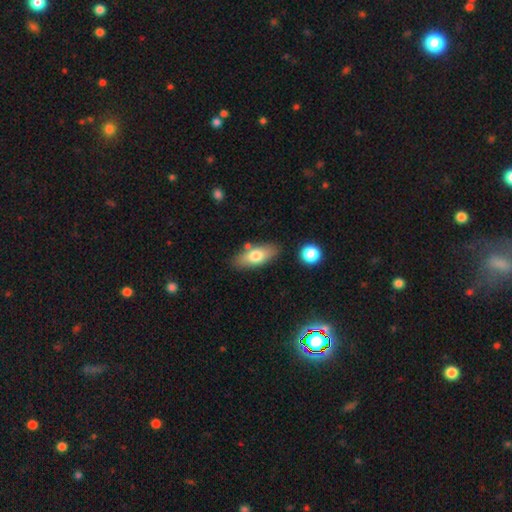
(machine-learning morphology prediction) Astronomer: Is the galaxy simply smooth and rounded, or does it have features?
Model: smooth — 72%.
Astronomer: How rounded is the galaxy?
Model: in between — 78%.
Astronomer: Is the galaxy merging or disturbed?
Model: none — 79%.